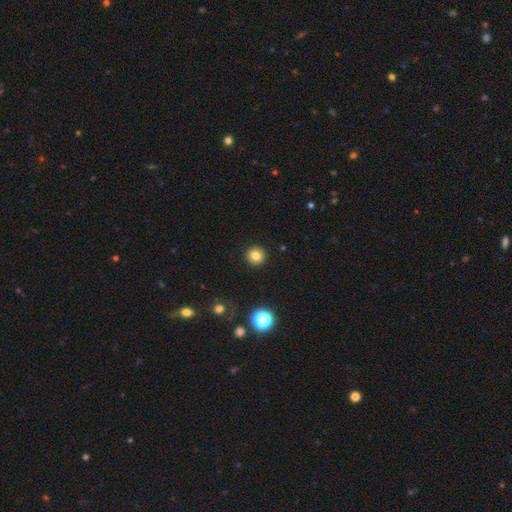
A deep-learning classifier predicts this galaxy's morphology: The model was most divided on "smooth or featured": smooth: 81%, star or artifact: 12%, featured or disk: 7%. More confident: how rounded — round (94%); merging — none (93%).